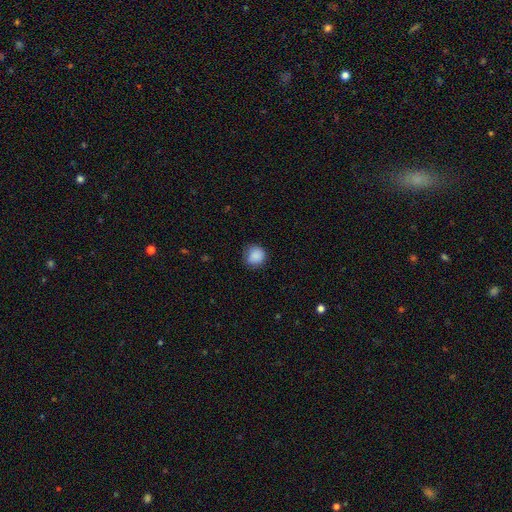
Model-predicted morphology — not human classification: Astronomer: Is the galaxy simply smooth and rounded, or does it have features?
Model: smooth — 88%.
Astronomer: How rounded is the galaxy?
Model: round — 88%.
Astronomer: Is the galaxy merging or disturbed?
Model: none — 76%.